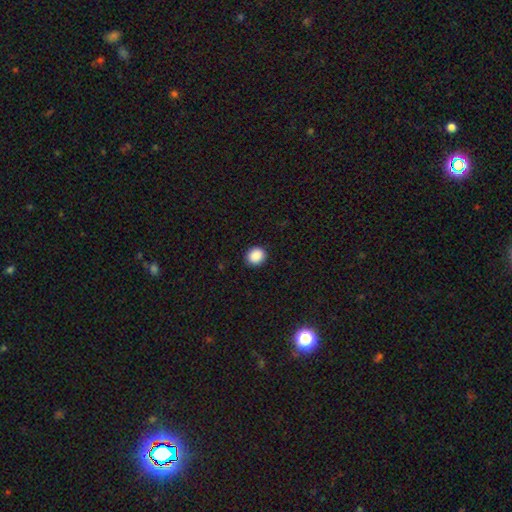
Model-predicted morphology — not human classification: type=smooth (89%); roundness=round (80%); merging=none (91%).